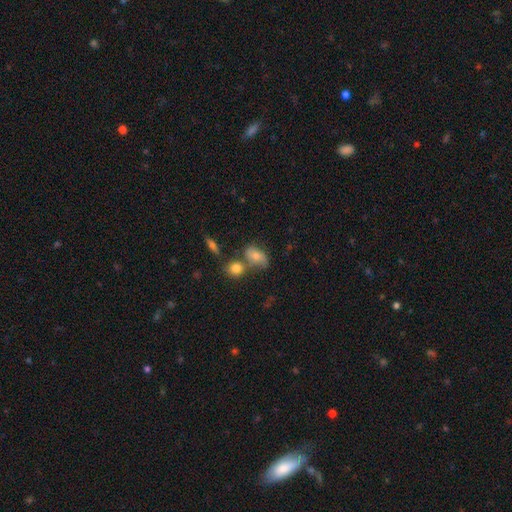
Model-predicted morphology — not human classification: smooth-or-featured: smooth: 65% | featured or disk: 24% | star or artifact: 11%
  how-rounded: in between: 77% | round: 20% | cigar-shaped: 3%
  merging: none: 41% | merger: 33% | minor disturbance: 18% | major disturbance: 8%